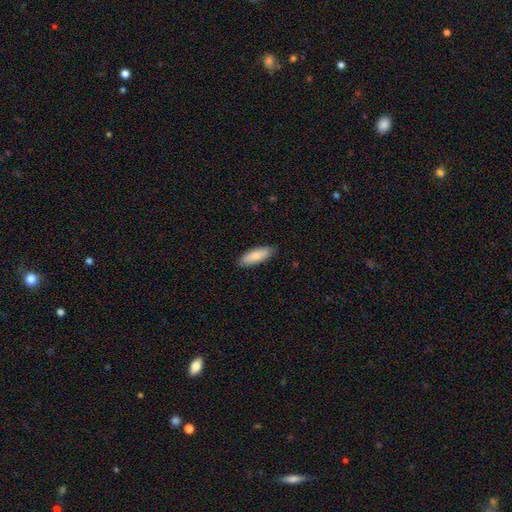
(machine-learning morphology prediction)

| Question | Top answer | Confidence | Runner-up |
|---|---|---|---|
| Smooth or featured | smooth | 84% | featured or disk (11%) |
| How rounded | in between | 61% | cigar-shaped (38%) |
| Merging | none | 88% | minor disturbance (10%) |